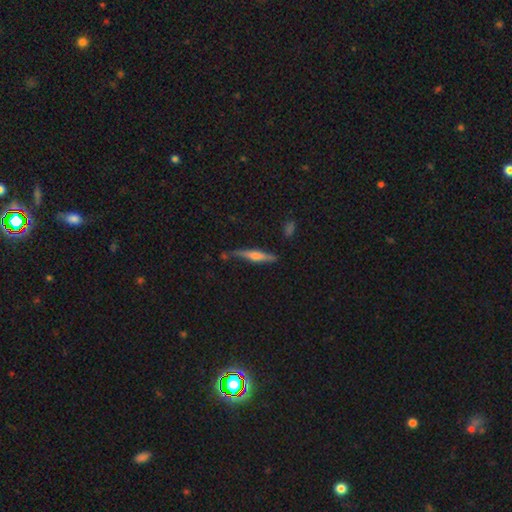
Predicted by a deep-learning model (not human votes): smooth-or-featured: featured or disk: 55% | smooth: 39% | star or artifact: 7%
  disk-edge-on: yes: 95% | no: 5%
    edge-on-bulge: rounded: 75% | boxy: 14% | none: 11%
  merging: none: 70% | minor disturbance: 20% | merger: 5% | major disturbance: 5%